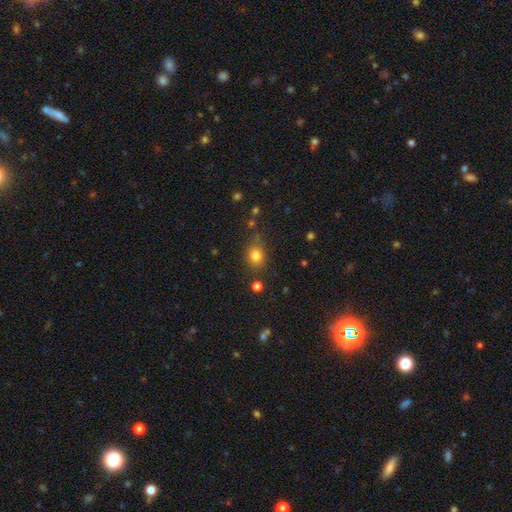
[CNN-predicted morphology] Smooth or featured? smooth (80%)
How rounded? round (67%)
Merging? none (73%)